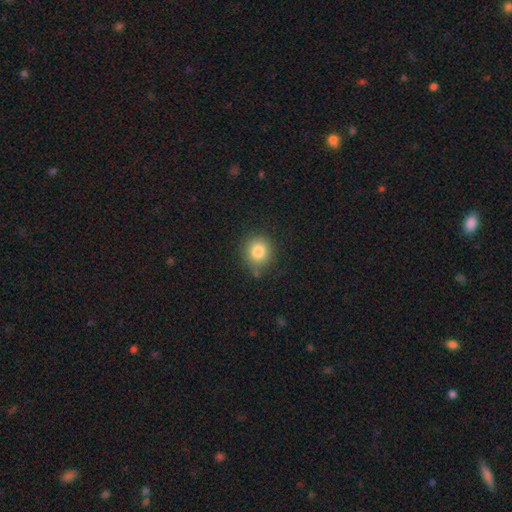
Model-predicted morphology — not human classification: type=smooth (81%); roundness=round (88%); merging=none (85%).